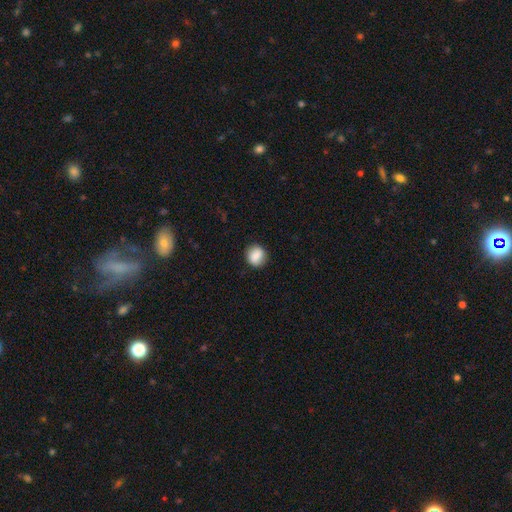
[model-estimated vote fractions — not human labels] Smooth or featured?
  - smooth: 86% *
  - star or artifact: 8%
  - featured or disk: 6%
How rounded?
  - round: 79% *
  - in between: 20%
  - cigar-shaped: 1%
Merging?
  - none: 86% *
  - minor disturbance: 10%
  - major disturbance: 3%
  - merger: 1%